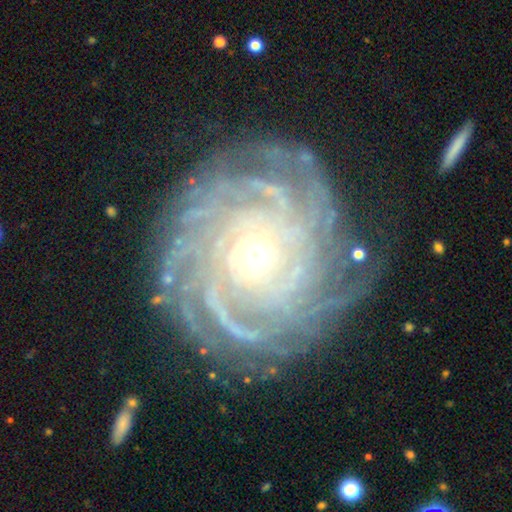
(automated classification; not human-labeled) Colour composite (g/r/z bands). It shows a featured or disk galaxy (91%) with no bar (75%), more than 4 (39%) tight (83%) spiral arms (98%) and a small central bulge (52%). Merging: none (81%).